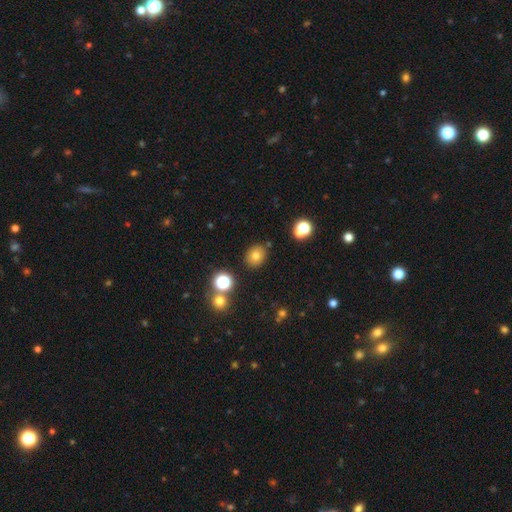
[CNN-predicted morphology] Smooth or featured? smooth (75%)
How rounded? round (71%)
Merging? none (84%)